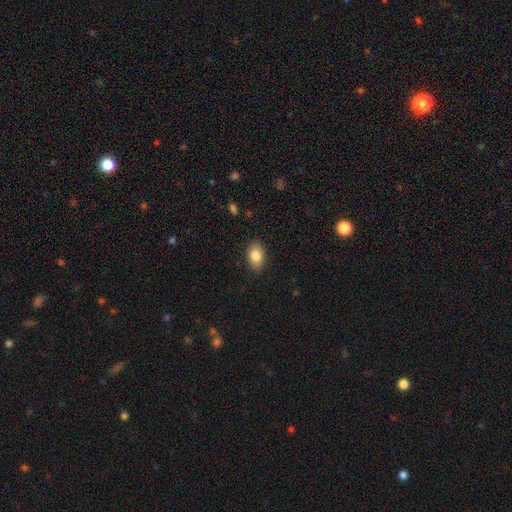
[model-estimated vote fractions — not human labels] A smooth galaxy with no disk features (84%) that is in between round and cigar-shaped (85%). Merging: none (87%).